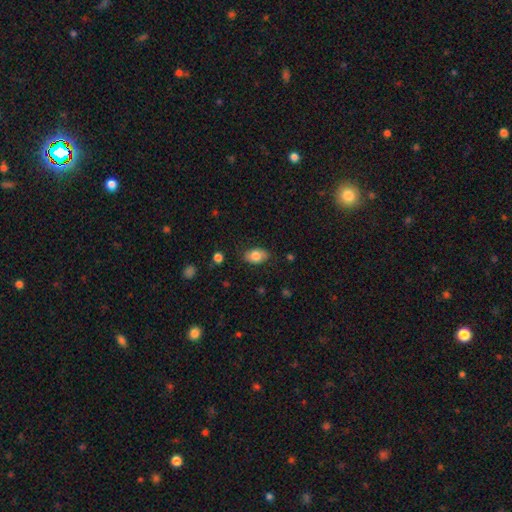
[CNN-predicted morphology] smooth 79%, featured or disk 13%, star or artifact 7%. Down the decision tree: how rounded — in between (89%); merging — none (81%).